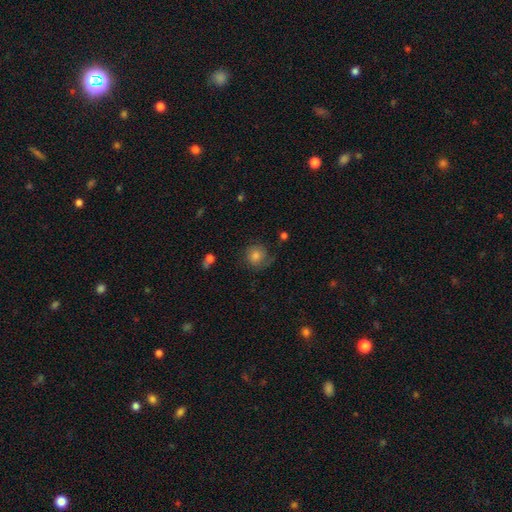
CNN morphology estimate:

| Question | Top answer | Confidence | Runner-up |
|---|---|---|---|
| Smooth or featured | smooth | 58% | featured or disk (31%) |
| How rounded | round | 86% | in between (13%) |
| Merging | none | 65% | minor disturbance (20%) |